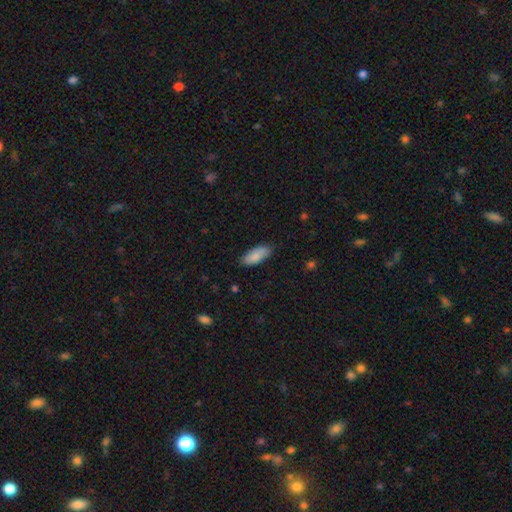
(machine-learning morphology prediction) A smooth galaxy with no disk features (87%) that is in between round and cigar-shaped (82%). Merging: none (79%).